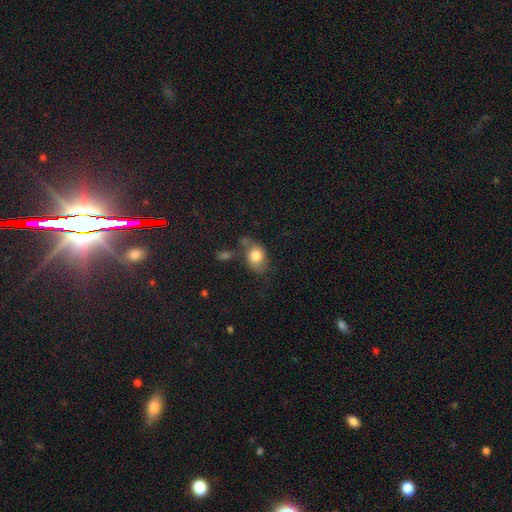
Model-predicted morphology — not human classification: smooth 78%, featured or disk 14%, star or artifact 8%. Down the decision tree: how rounded — in between (68%); merging — none (50%).